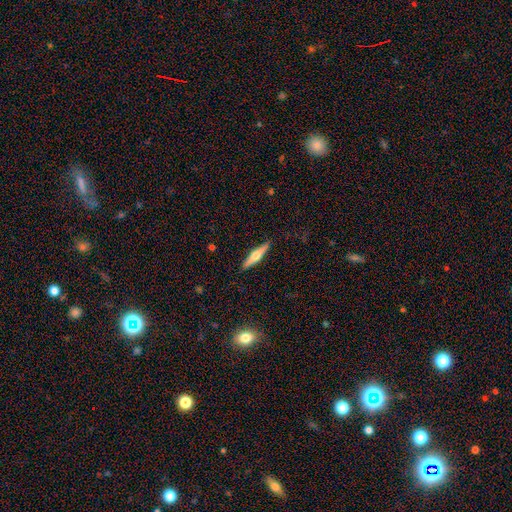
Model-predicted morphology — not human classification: Smooth or featured?
  - featured or disk: 52% *
  - smooth: 42%
  - star or artifact: 6%
Edge-on disk?
  - yes: 96% *
  - no: 4%
Edge-on bulge?
  - rounded: 88% *
  - none: 6%
  - boxy: 6%
Merging?
  - none: 90% *
  - minor disturbance: 7%
  - major disturbance: 2%
  - merger: 1%